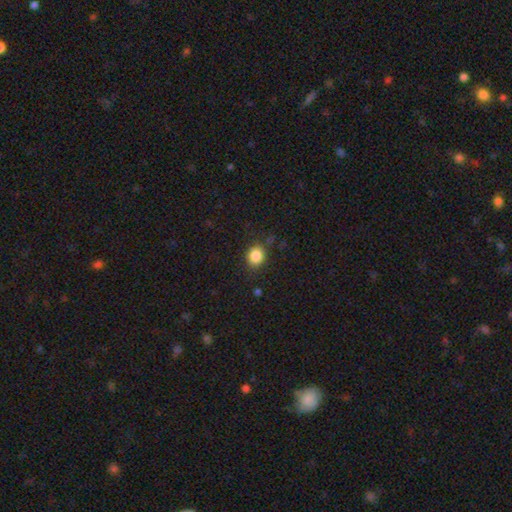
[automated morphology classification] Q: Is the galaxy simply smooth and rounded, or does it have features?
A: smooth — 85%.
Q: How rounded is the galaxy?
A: round — 71%.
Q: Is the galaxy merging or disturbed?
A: none — 81%.